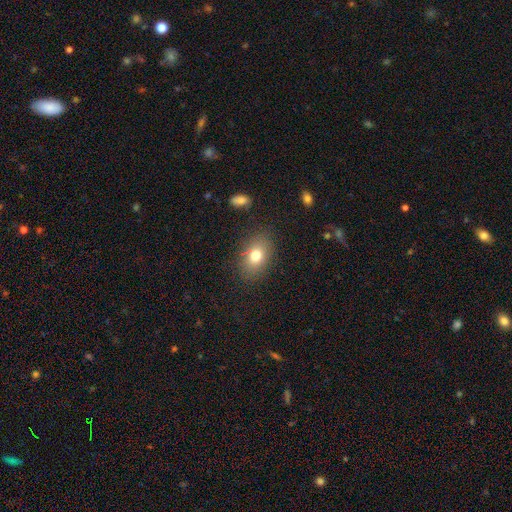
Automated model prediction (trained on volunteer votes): Smooth or featured? Predicted: smooth (p=0.76). How rounded? Predicted: in between (p=0.78). Merging? Predicted: none (p=0.83).